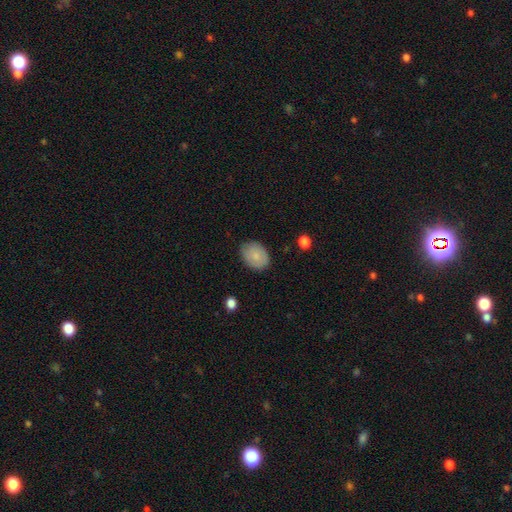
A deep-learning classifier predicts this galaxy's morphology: This is clearly a smooth galaxy (82%). How rounded: likely in between (66%). Merging: clearly none (81%).